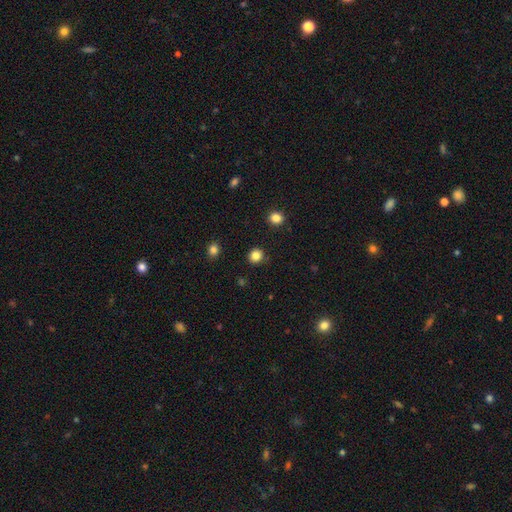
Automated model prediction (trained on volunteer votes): smooth_or_featured: smooth (p=0.84) [alt: star or artifact p=0.12]
how_rounded: round (p=0.88) [alt: in between p=0.11]
merging: none (p=0.90) [alt: minor disturbance p=0.06]